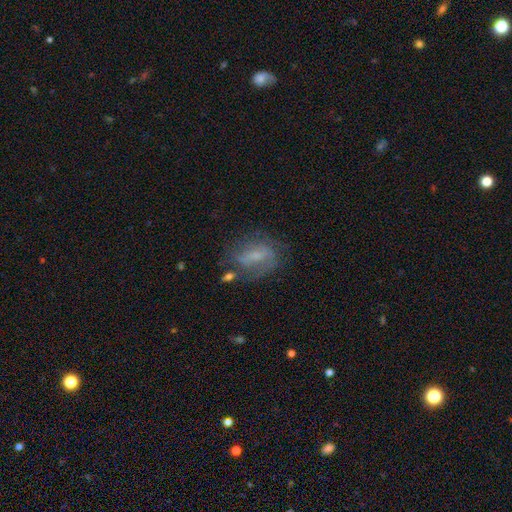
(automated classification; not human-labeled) smooth-or-featured: featured or disk: 55% | smooth: 34% | star or artifact: 11%
  disk-edge-on: no: 93% | yes: 7%
    bar: weak: 45% | no: 30% | strong: 24%
    has-spiral-arms: yes: 68% | no: 32%
    bulge-size: small: 46% | moderate: 26% | none: 23% | large: 4% | dominant: 1%
  merging: none: 53% | minor disturbance: 23% | major disturbance: 18% | merger: 6%